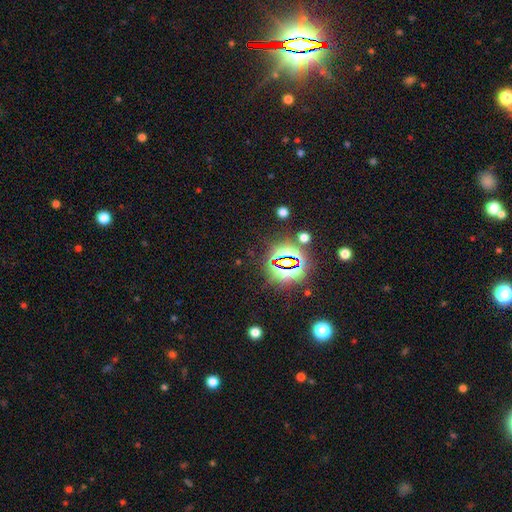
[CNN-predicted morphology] The model was most divided on "smooth or featured": star or artifact: 83%, smooth: 9%, featured or disk: 8%.